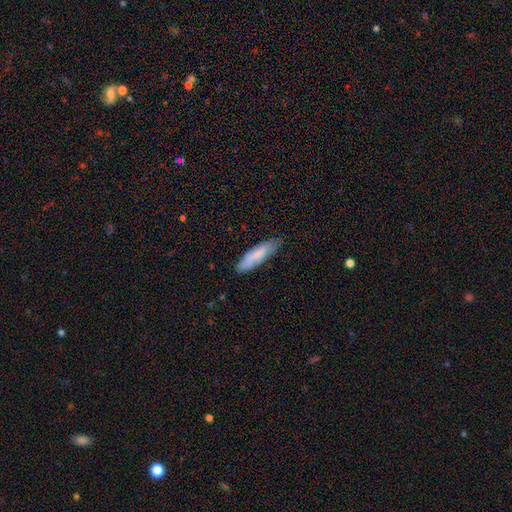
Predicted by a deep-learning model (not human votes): Smooth or featured? smooth (75%)
How rounded? cigar-shaped (66%)
Merging? none (76%)